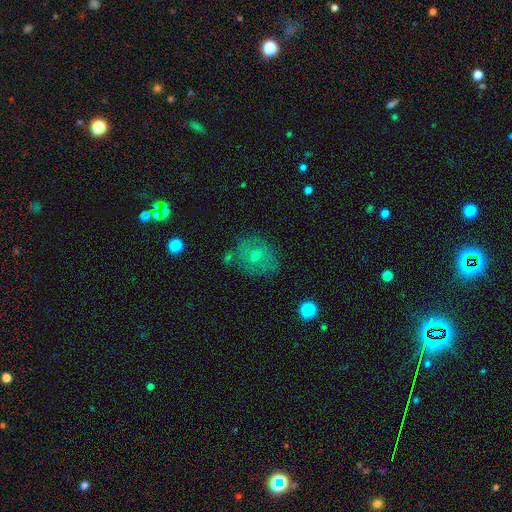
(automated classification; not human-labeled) Smooth or featured? Predicted: smooth (p=0.49). Merging? Predicted: none (p=0.74).